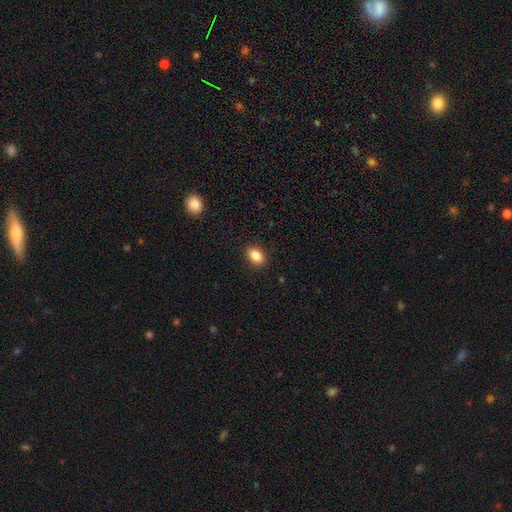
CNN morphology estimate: This is clearly a smooth galaxy (85%). How rounded: likely in between (79%). Merging: clearly none (90%).